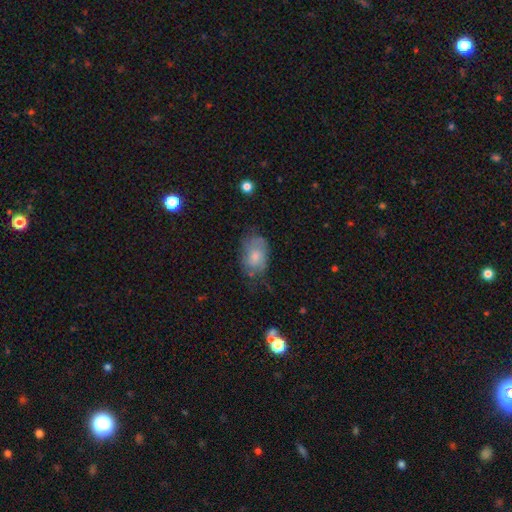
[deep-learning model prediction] Smooth or featured? smooth (49%)
Merging? none (53%)